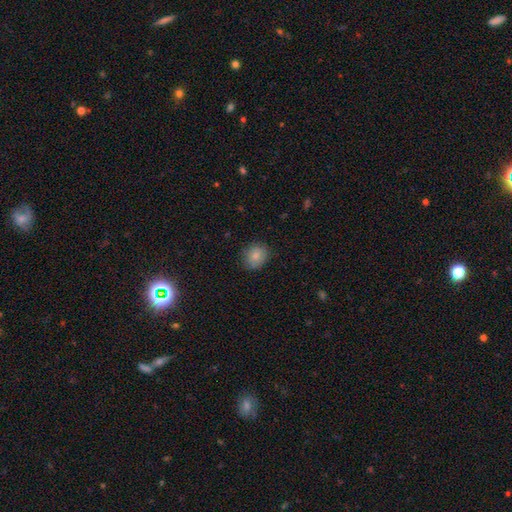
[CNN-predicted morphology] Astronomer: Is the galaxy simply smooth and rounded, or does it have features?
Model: smooth — 85%.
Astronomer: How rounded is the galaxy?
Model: round — 68%.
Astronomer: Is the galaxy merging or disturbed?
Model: none — 84%.